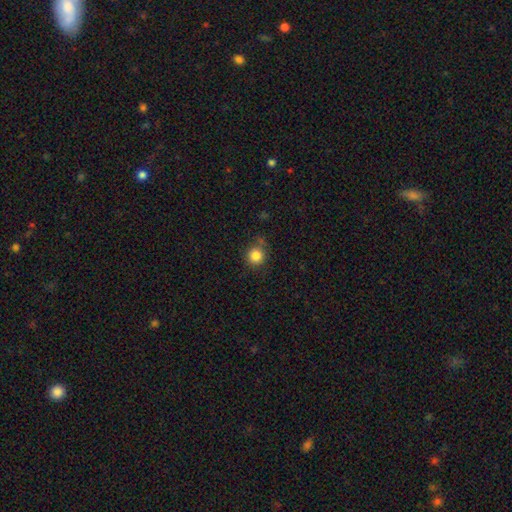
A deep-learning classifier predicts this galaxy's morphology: Q: Smooth or featured?
A: smooth (84%); runner-up: star or artifact (11%)
Q: How rounded?
A: round (91%); runner-up: in between (8%)
Q: Merging?
A: none (77%); runner-up: minor disturbance (16%)